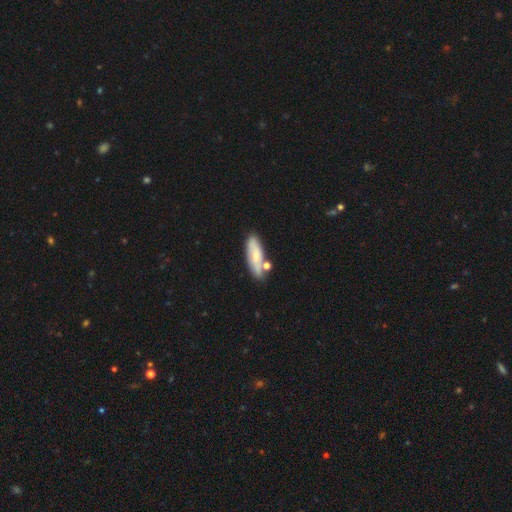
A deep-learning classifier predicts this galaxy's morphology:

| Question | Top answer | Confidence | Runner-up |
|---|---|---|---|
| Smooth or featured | smooth | 61% | featured or disk (33%) |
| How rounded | in between | 52% | cigar-shaped (45%) |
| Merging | none | 66% | minor disturbance (16%) |